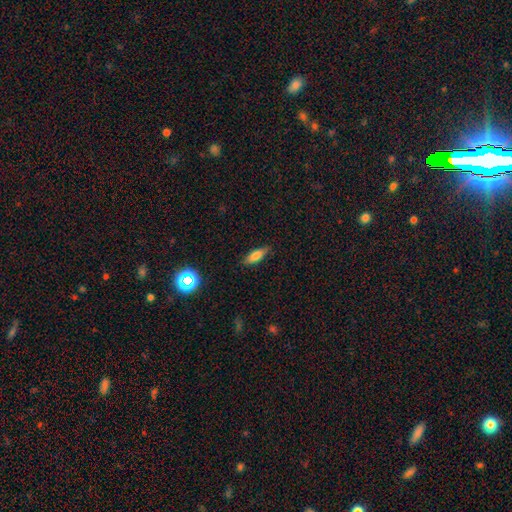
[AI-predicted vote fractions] Overall: smooth (72%). How rounded: in between (54%; cigar-shaped 43%). Merging: none (84%).